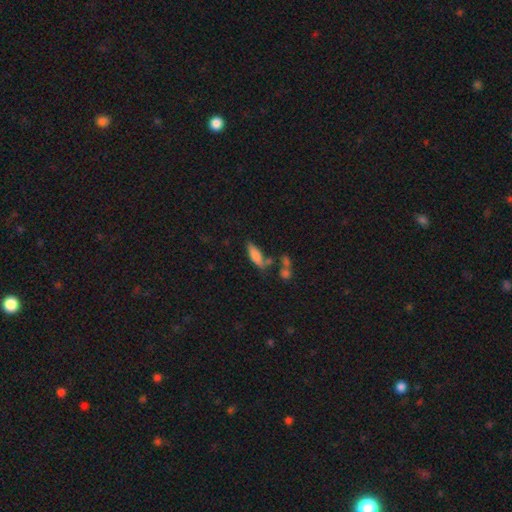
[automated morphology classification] Smooth or featured? smooth (76%)
How rounded? in between (54%)
Merging? none (58%)